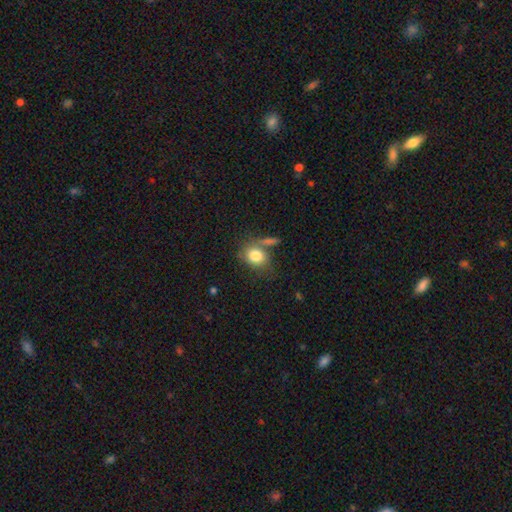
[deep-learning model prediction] smooth_or_featured: smooth (p=0.81) [alt: featured or disk p=0.10]
how_rounded: round (p=0.54) [alt: in between p=0.45]
merging: none (p=0.56) [alt: merger p=0.19]